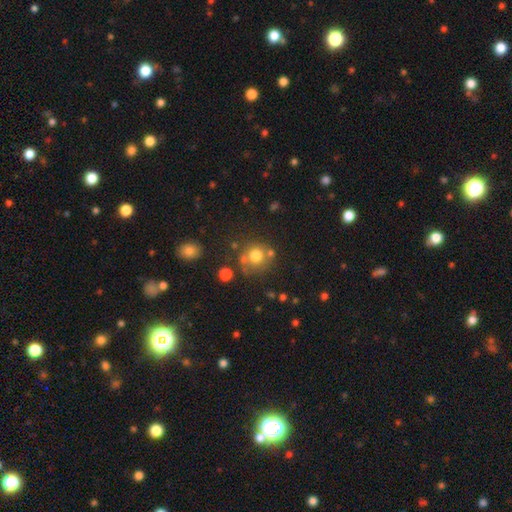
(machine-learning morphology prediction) This appears to be a smooth galaxy with no disk features (75%) that is round (90%). Merging: none (67%).